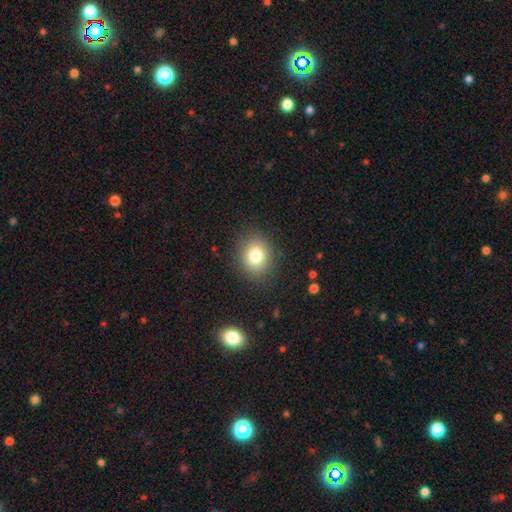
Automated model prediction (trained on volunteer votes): Q: Smooth or featured?
A: smooth (79%); runner-up: star or artifact (12%)
Q: How rounded?
A: round (64%); runner-up: in between (35%)
Q: Merging?
A: none (87%); runner-up: minor disturbance (9%)